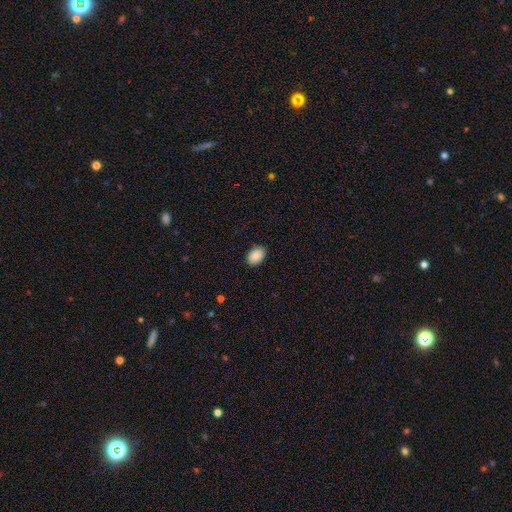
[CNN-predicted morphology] smooth-or-featured: smooth: 89% | star or artifact: 7% | featured or disk: 4%
  how-rounded: in between: 84% | round: 15% | cigar-shaped: 1%
  merging: none: 89% | minor disturbance: 8% | major disturbance: 2% | merger: 1%